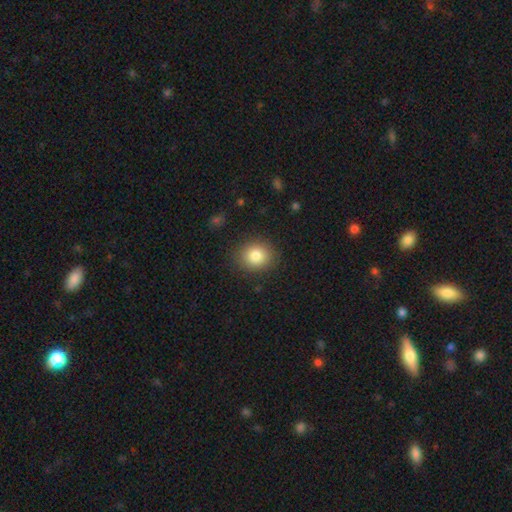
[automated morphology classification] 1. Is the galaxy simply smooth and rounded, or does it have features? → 83% smooth, 10% star or artifact, 7% featured or disk.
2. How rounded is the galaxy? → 75% round, 24% in between, 1% cigar-shaped.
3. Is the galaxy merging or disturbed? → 87% none, 8% minor disturbance, 3% major disturbance, 1% merger.